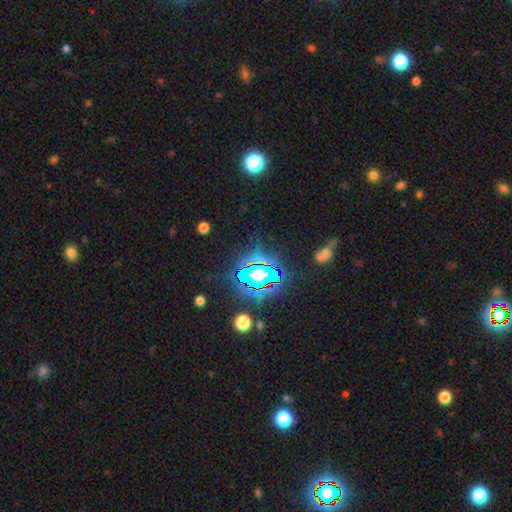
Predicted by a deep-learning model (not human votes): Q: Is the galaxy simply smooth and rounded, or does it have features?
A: star or artifact — 76%.